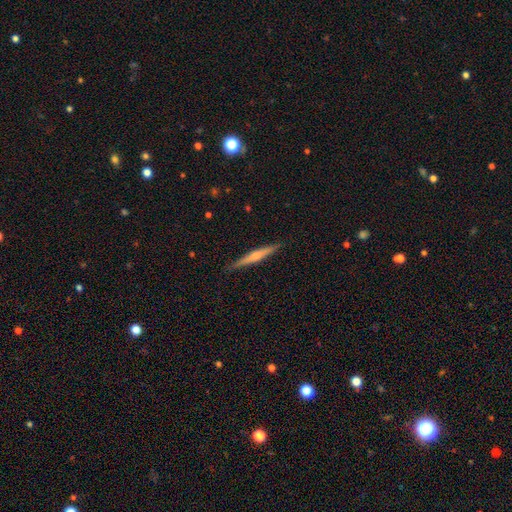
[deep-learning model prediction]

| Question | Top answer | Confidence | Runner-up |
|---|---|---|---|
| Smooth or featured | featured or disk | 50% | smooth (44%) |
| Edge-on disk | yes | 97% | no (3%) |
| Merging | none | 89% | minor disturbance (8%) |